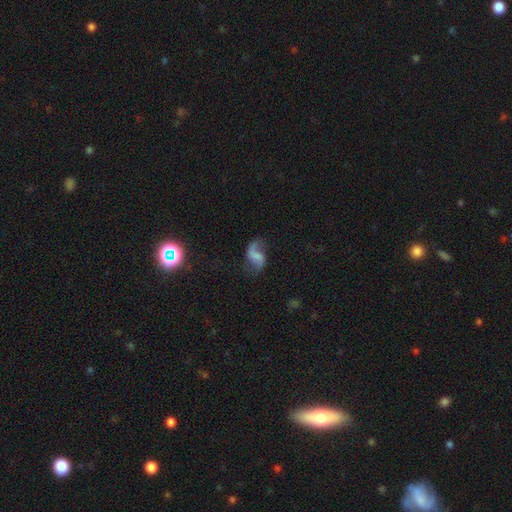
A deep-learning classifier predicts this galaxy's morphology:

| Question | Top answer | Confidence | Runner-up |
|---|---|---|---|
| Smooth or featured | featured or disk | 67% | smooth (22%) |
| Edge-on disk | no | 97% | yes (3%) |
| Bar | weak | 43% | no (37%) |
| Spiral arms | yes | 91% | no (9%) |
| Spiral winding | loose | 77% | medium (18%) |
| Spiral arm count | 2 | 79% | 1 (16%) |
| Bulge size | none | 60% | small (19%) |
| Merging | none | 57% | minor disturbance (21%) |